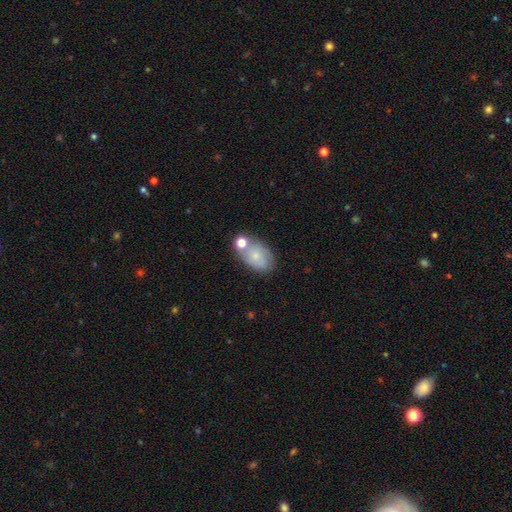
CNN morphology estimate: Overall: smooth (66%). How rounded: in between (83%). Merging: none (50%; merger 25%).